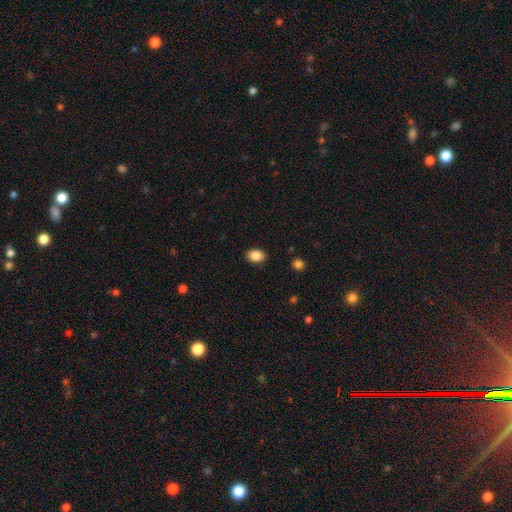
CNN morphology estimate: type=smooth (87%); roundness=in between (75%); merging=none (89%).